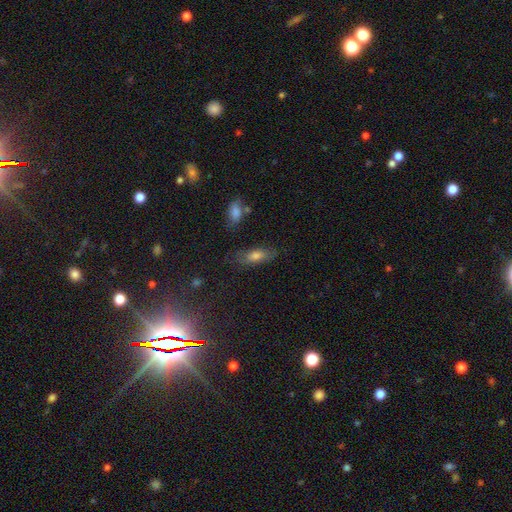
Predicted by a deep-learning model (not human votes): Morphology: type=smooth (67%); roundness=in between (68%); merging=none (70%).